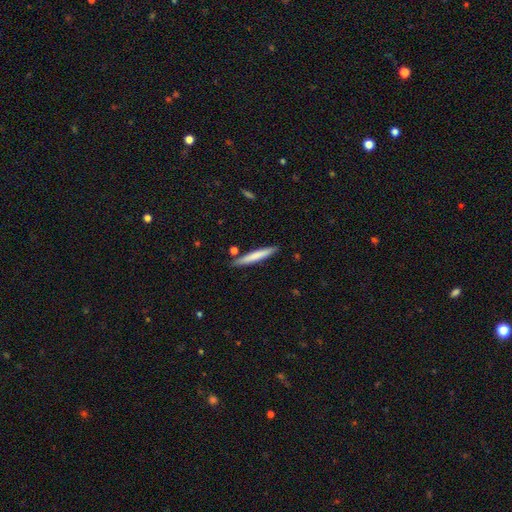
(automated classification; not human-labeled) This is likely a smooth galaxy (73%). How rounded: clearly cigar-shaped (95%). Merging: clearly none (86%).